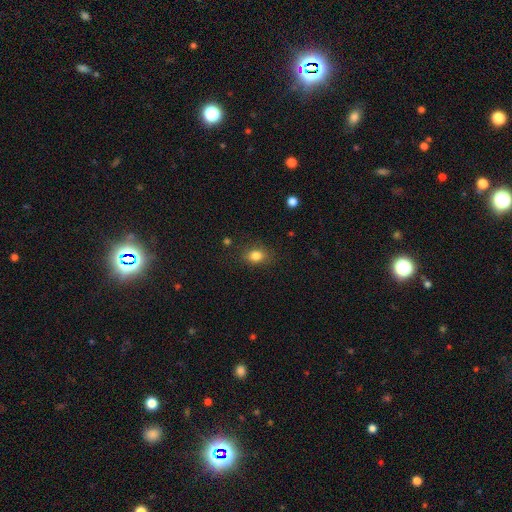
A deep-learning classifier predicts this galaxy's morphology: Q: Smooth or featured?
A: smooth (83%); runner-up: star or artifact (11%)
Q: How rounded?
A: in between (65%); runner-up: round (34%)
Q: Merging?
A: none (82%); runner-up: minor disturbance (13%)